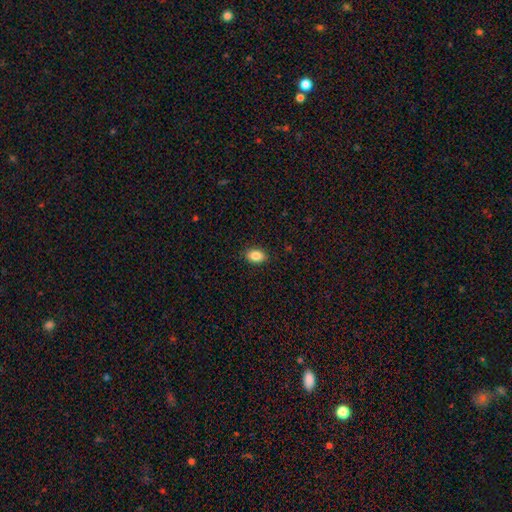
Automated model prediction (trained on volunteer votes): Q: Smooth or featured?
A: smooth (87%); runner-up: star or artifact (8%)
Q: How rounded?
A: in between (85%); runner-up: round (13%)
Q: Merging?
A: none (89%); runner-up: minor disturbance (8%)